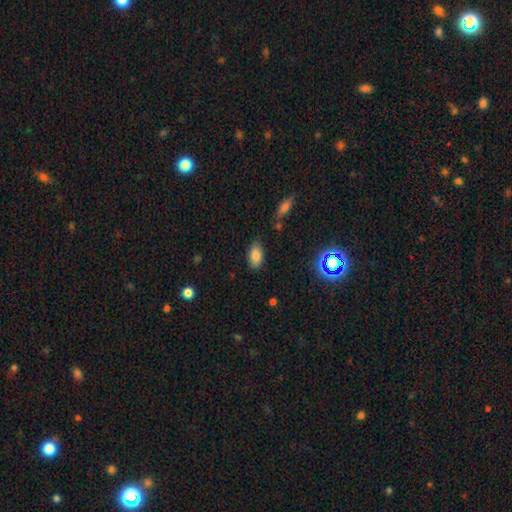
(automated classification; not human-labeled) A smooth galaxy with no disk features (82%) that is in between round and cigar-shaped (91%). Merging: none (83%).